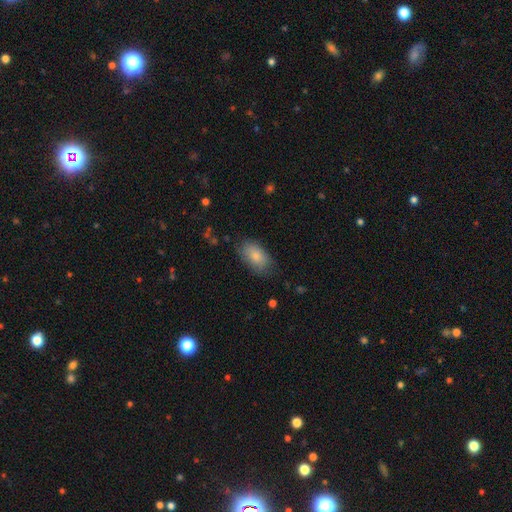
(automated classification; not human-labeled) Smooth or featured?
  - smooth: 84% *
  - featured or disk: 9%
  - star or artifact: 7%
How rounded?
  - in between: 93% *
  - round: 6%
  - cigar-shaped: 2%
Merging?
  - none: 76% *
  - minor disturbance: 18%
  - major disturbance: 5%
  - merger: 1%